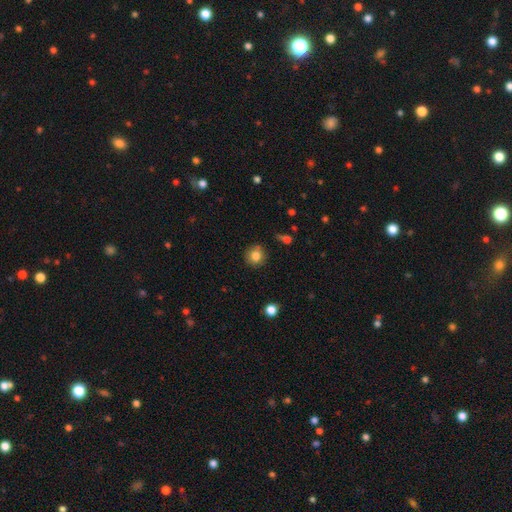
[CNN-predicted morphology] This is clearly a smooth galaxy (81%). How rounded: clearly round (89%). Merging: clearly none (85%).